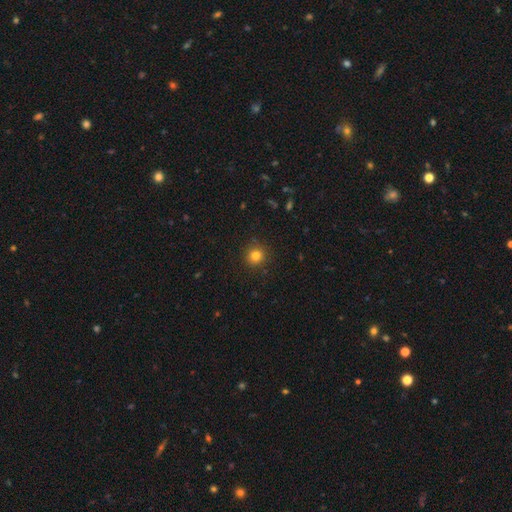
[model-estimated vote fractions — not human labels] A smooth galaxy with no disk features (81%) that is round (93%). Merging: none (90%).